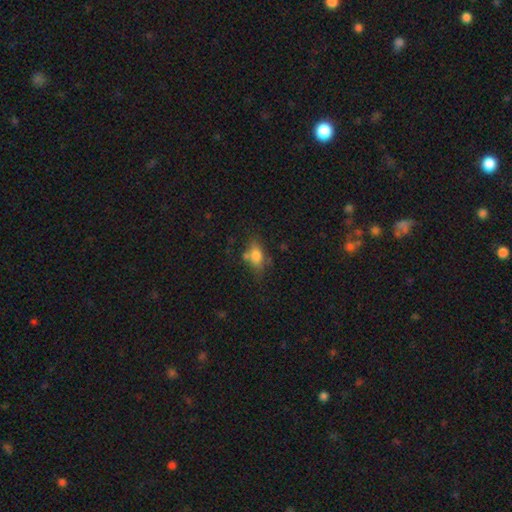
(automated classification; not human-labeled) smooth-or-featured: smooth: 70% | featured or disk: 19% | star or artifact: 11%
  how-rounded: in between: 79% | round: 13% | cigar-shaped: 9%
  merging: none: 55% | minor disturbance: 23% | merger: 12% | major disturbance: 9%